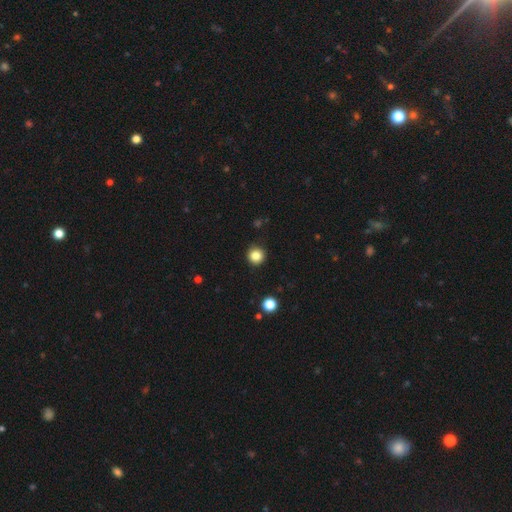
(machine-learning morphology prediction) Smooth or featured?
  - smooth: 84% *
  - star or artifact: 12%
  - featured or disk: 4%
How rounded?
  - round: 95% *
  - in between: 4%
  - cigar-shaped: 1%
Merging?
  - none: 91% *
  - minor disturbance: 6%
  - major disturbance: 2%
  - merger: 1%